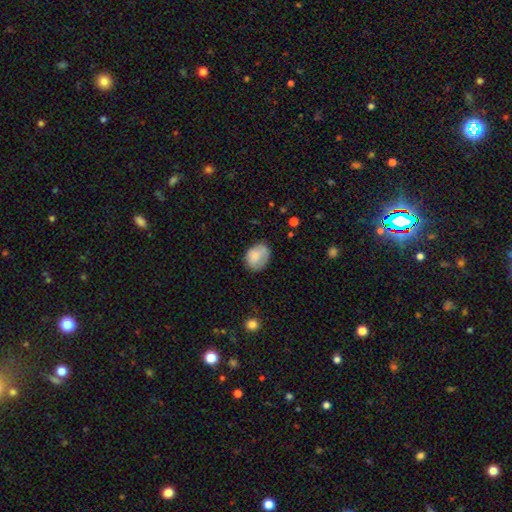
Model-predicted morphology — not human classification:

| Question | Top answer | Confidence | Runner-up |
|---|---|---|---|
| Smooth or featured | smooth | 80% | featured or disk (13%) |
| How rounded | in between | 62% | round (37%) |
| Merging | none | 61% | minor disturbance (28%) |